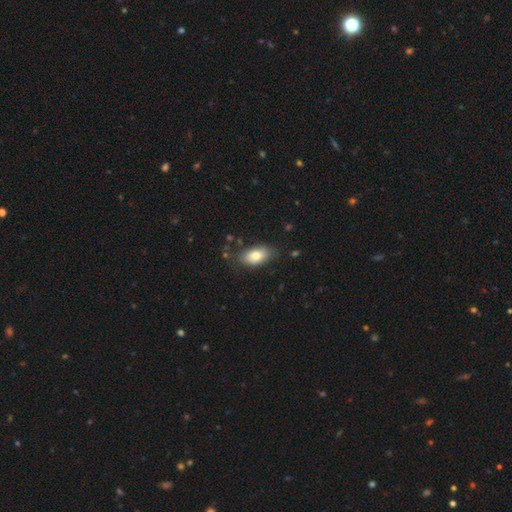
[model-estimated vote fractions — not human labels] A smooth galaxy with no disk features (79%) that is in between round and cigar-shaped (91%).

Vote fractions:
- Smooth or featured? smooth: 79% / featured or disk: 14% / star or artifact: 7%
- How rounded? in between: 91% / round: 6% / cigar-shaped: 3%
- Merging? none: 75% / minor disturbance: 18% / major disturbance: 4% / merger: 2%